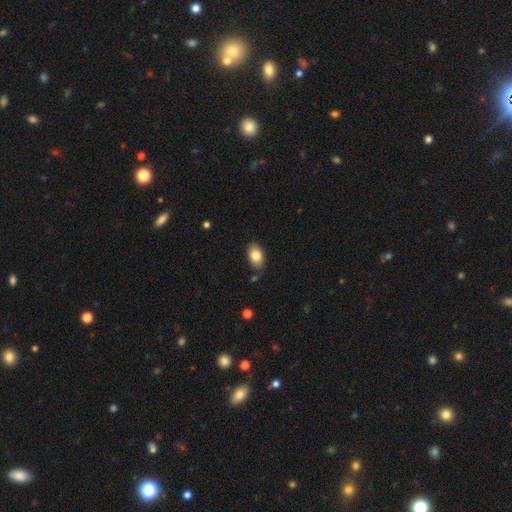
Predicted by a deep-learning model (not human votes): Smooth or featured? smooth (82%)
How rounded? in between (89%)
Merging? none (81%)